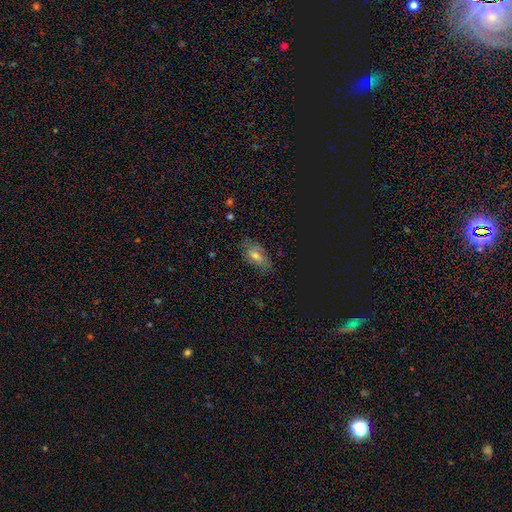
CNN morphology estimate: smooth 48%, star or artifact 27%, featured or disk 25%. Down the decision tree: merging — none (79%).